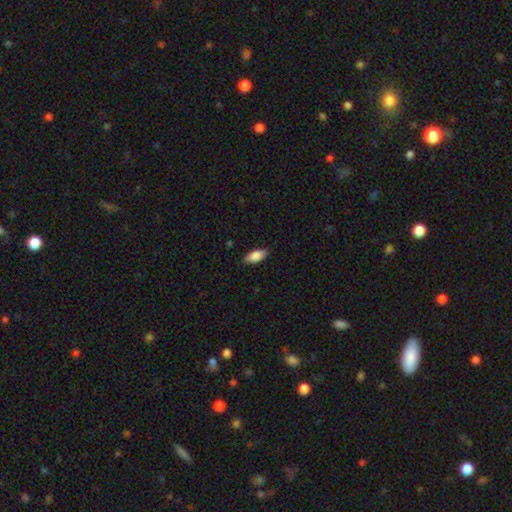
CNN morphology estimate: This appears to be a smooth galaxy with no disk features (85%) that is in between round and cigar-shaped (86%). Merging: none (86%).